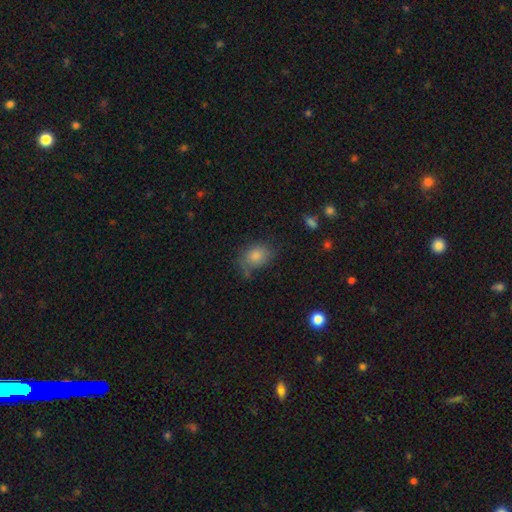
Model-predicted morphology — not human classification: The model was most divided on "how rounded": in between: 60%, round: 39%, cigar-shaped: 1%. More confident: smooth or featured — smooth (77%); merging — none (60%).